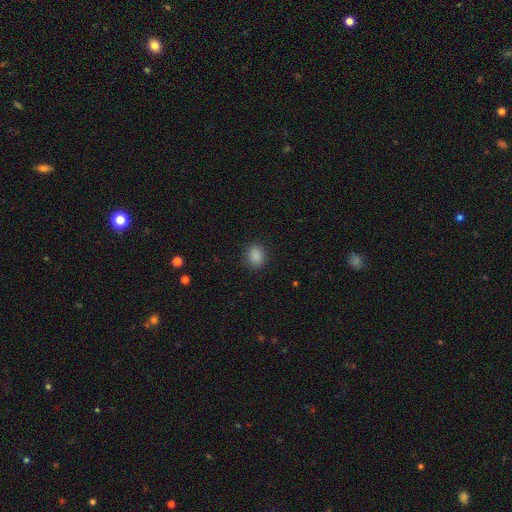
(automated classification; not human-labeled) Smooth or featured?
  - smooth: 87% *
  - star or artifact: 10%
  - featured or disk: 3%
How rounded?
  - in between: 51% *
  - round: 48%
  - cigar-shaped: 1%
Merging?
  - none: 88% *
  - minor disturbance: 8%
  - major disturbance: 3%
  - merger: 1%